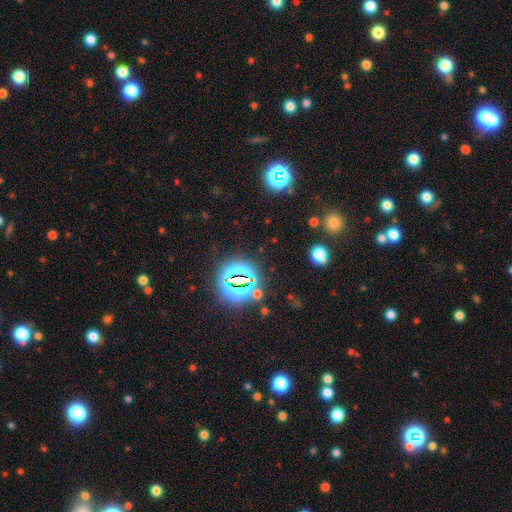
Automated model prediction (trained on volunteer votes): Overall: star or artifact (76%).